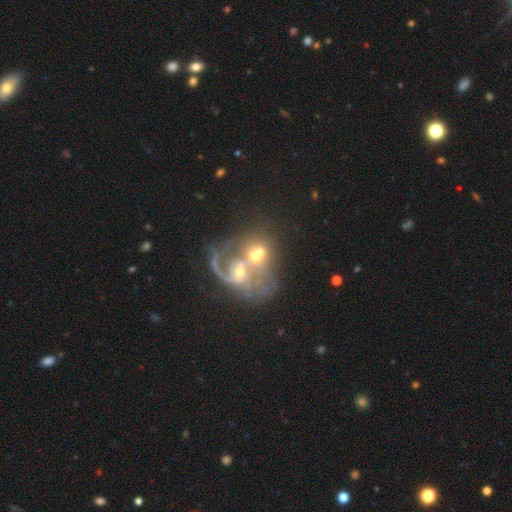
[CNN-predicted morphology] A featured or disk galaxy (72%) with no bar (67%), 2 (41%) loose (47%) spiral arms (75%) and a moderate central bulge (47%).

Vote fractions:
- Smooth or featured? featured or disk: 72% / smooth: 17% / star or artifact: 11%
- Edge-on disk? no: 97% / yes: 3%
- Bar? no: 67% / weak: 26% / strong: 7%
- Spiral arms? yes: 75% / no: 25%
- Spiral winding? loose: 47% / medium: 37% / tight: 16%
- Spiral arm count? 2: 41% / 1: 30% / can't tell: 19% / 3: 7% / 4: 2% / more than 4: 2%
- Bulge size? moderate: 47% / small: 37% / none: 7% / large: 7% / dominant: 2%
- Merging? merger: 73% / major disturbance: 12% / none: 10% / minor disturbance: 5%